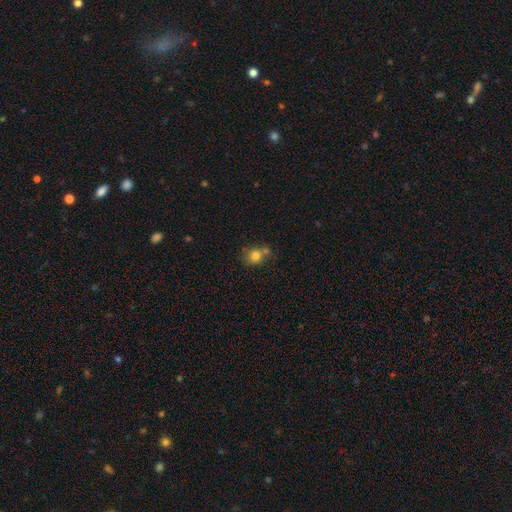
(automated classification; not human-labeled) smooth 78%, star or artifact 11%, featured or disk 11%. Down the decision tree: how rounded — round (73%); merging — none (55%).